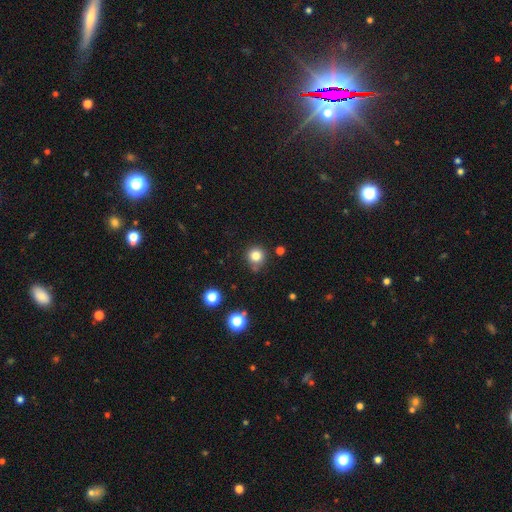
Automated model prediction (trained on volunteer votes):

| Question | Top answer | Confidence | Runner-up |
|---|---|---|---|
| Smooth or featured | smooth | 82% | star or artifact (13%) |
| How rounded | round | 93% | in between (6%) |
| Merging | none | 79% | minor disturbance (12%) |